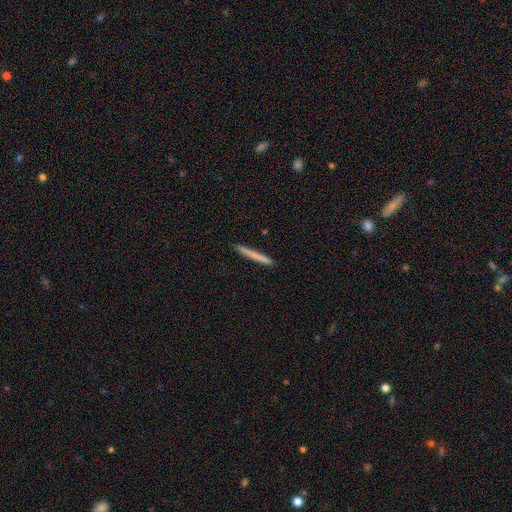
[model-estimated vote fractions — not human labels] Smooth or featured: smooth — 72% (featured or disk — 22%)
How rounded: cigar-shaped — 97% (in between — 2%)
Merging: none — 91% (minor disturbance — 6%)